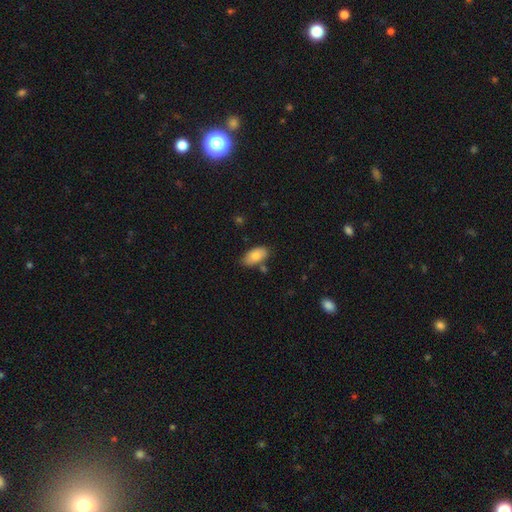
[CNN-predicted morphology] A smooth galaxy with no disk features (82%) that is in between round and cigar-shaped (94%).

Vote fractions:
- Smooth or featured? smooth: 82% / featured or disk: 12% / star or artifact: 7%
- How rounded? in between: 94% / cigar-shaped: 4% / round: 3%
- Merging? none: 73% / minor disturbance: 17% / merger: 7% / major disturbance: 3%